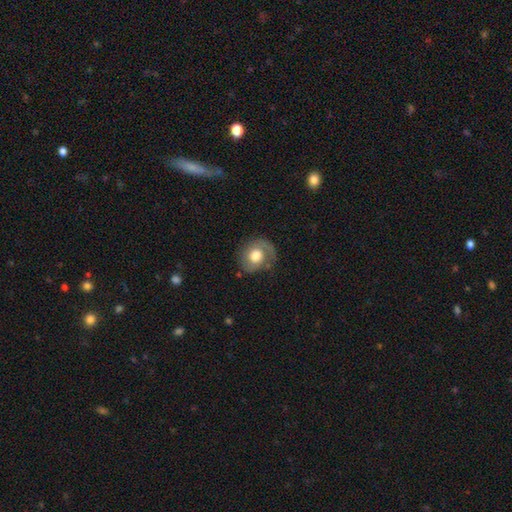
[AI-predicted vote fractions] smooth-or-featured: featured or disk: 47% | smooth: 46% | star or artifact: 7%
  merging: none: 62% | minor disturbance: 22% | major disturbance: 13% | merger: 2%